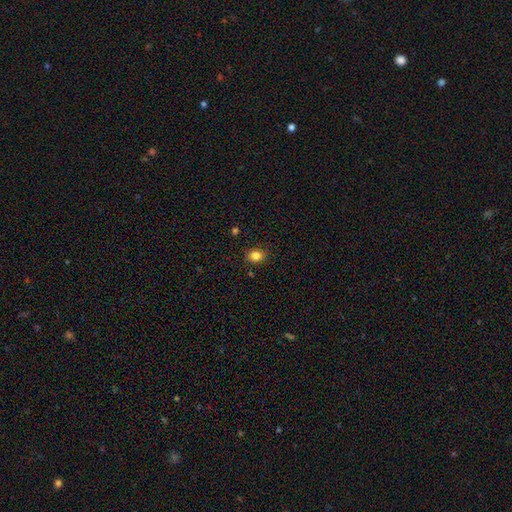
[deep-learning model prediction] Overall: smooth (84%). How rounded: round (51%; in between 48%). Merging: none (87%).